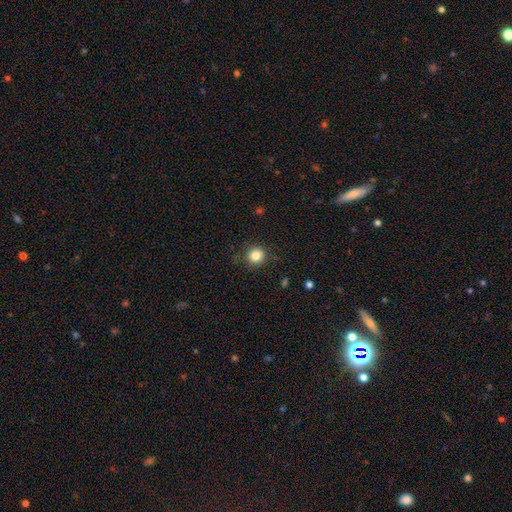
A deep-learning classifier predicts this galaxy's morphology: Overall: smooth (83%). How rounded: round (91%). Merging: none (87%).